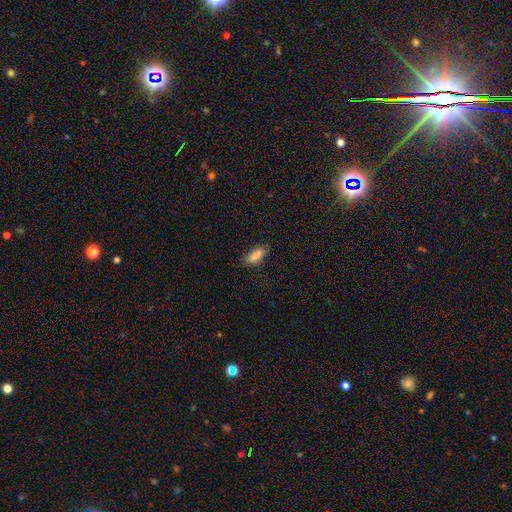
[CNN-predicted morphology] A smooth galaxy with no disk features (87%) that is in between round and cigar-shaped (70%).

Vote fractions:
- Smooth or featured? smooth: 87% / star or artifact: 8% / featured or disk: 5%
- How rounded? in between: 70% / cigar-shaped: 28% / round: 2%
- Merging? none: 79% / minor disturbance: 16% / major disturbance: 3% / merger: 1%